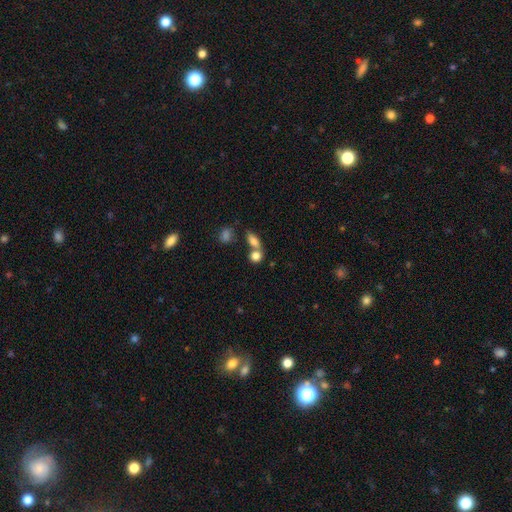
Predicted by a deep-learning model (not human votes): This is clearly a smooth galaxy (81%). How rounded: possibly round (52%). Merging: possibly merger (48%).